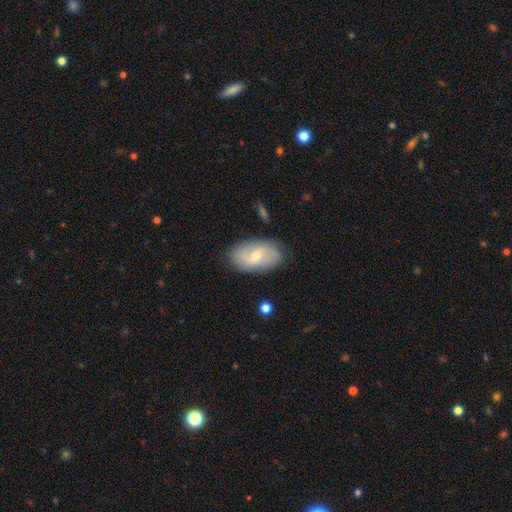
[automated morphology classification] Smooth or featured? featured or disk (54%)
Edge-on disk? no (94%)
Bar? weak (47%)
Spiral arms? yes (74%)
Bulge size? small (60%)
Merging? none (80%)